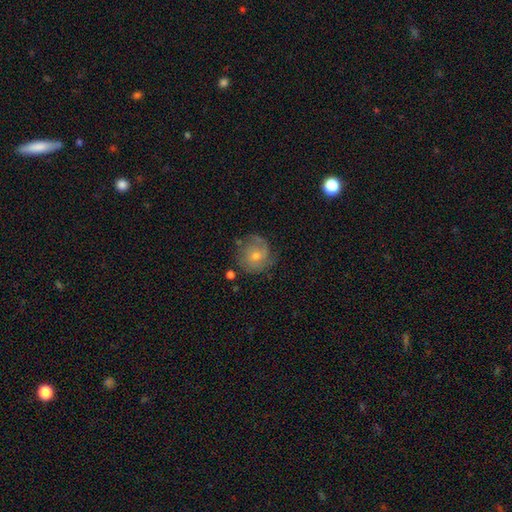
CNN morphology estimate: Q: Smooth or featured?
A: featured or disk (58%); runner-up: smooth (31%)
Q: Edge-on disk?
A: no (97%); runner-up: yes (3%)
Q: Bar?
A: no (79%); runner-up: weak (18%)
Q: Spiral arms?
A: yes (82%); runner-up: no (18%)
Q: Bulge size?
A: small (51%); runner-up: moderate (45%)
Q: Merging?
A: none (71%); runner-up: minor disturbance (19%)